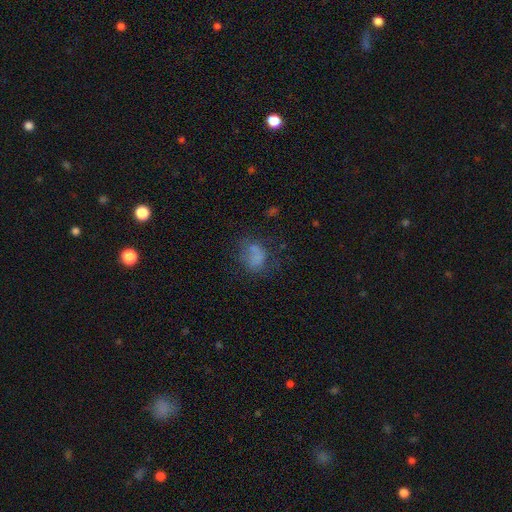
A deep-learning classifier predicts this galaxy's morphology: Smooth or featured: smooth — 60% (featured or disk — 24%)
How rounded: in between — 56% (round — 43%)
Merging: none — 42% (minor disturbance — 23%)